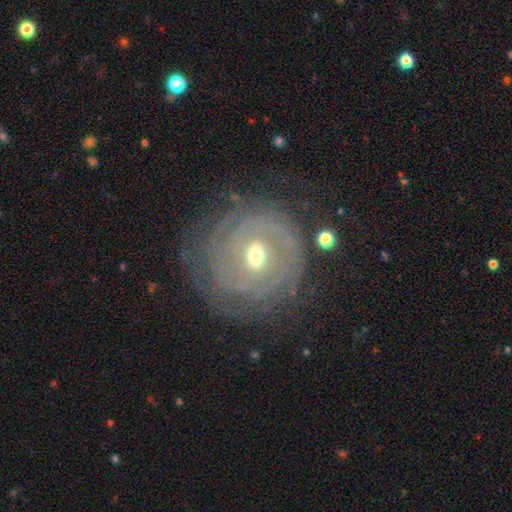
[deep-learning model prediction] Smooth or featured? featured or disk (81%)
Edge-on disk? no (97%)
Bar? weak (47%)
Spiral arms? yes (89%)
Spiral winding? tight (78%)
Spiral arm count? can't tell (45%)
Bulge size? moderate (59%)
Merging? none (74%)